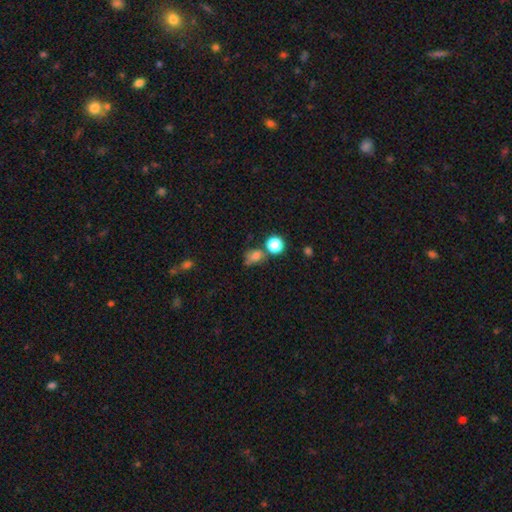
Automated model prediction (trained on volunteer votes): Overall: smooth (72%). How rounded: round (57%; in between 41%). Merging: none (50%; merger 24%).